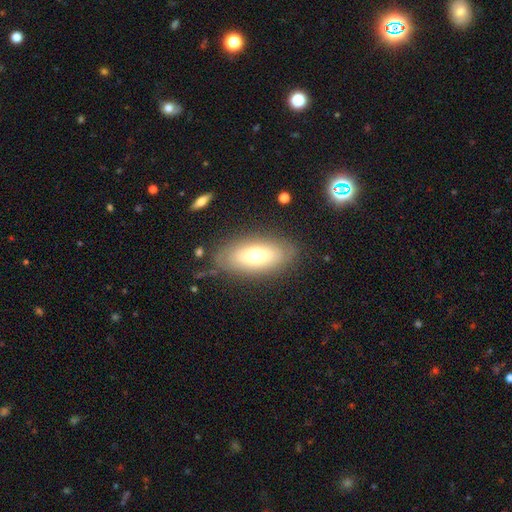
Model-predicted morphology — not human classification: Overall: smooth (60%; featured or disk 32%). How rounded: in between (87%). Merging: none (80%).